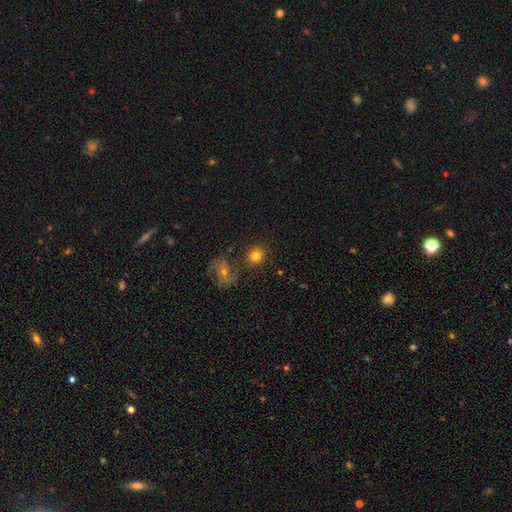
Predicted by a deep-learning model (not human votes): smooth 80%, star or artifact 10%, featured or disk 10%. Down the decision tree: how rounded — round (78%); merging — none (75%).